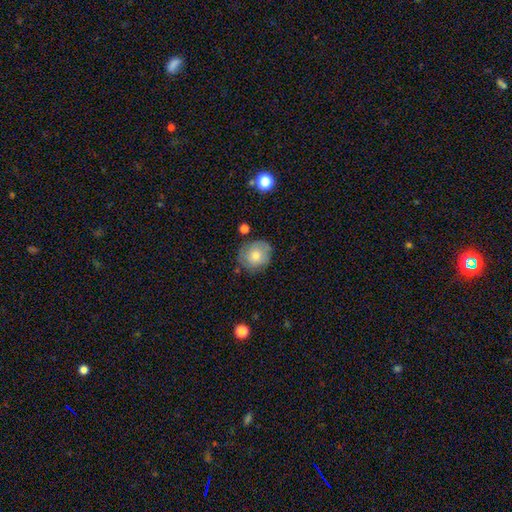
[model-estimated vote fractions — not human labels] Morphology: type=smooth (70%); roundness=round (80%); merging=none (74%).